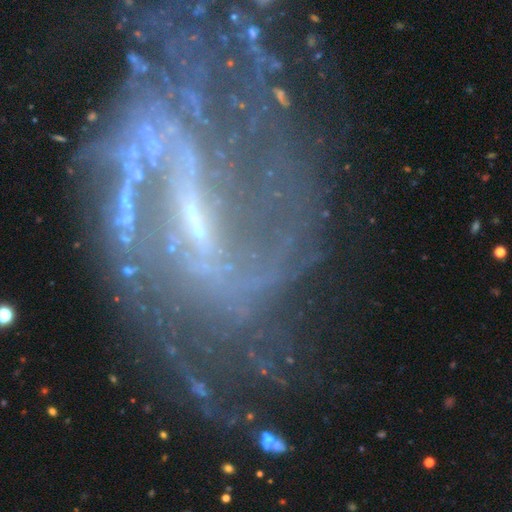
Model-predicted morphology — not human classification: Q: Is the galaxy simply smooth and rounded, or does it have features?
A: featured or disk — 84%.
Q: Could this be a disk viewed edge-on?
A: no — 96%.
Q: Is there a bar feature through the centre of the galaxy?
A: strong — 53%.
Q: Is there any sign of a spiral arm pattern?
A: yes — 89%.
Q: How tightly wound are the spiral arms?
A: loose — 41%.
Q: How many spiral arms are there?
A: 2 — 58%.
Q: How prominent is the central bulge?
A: small — 69%.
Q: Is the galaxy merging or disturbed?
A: none — 49%.